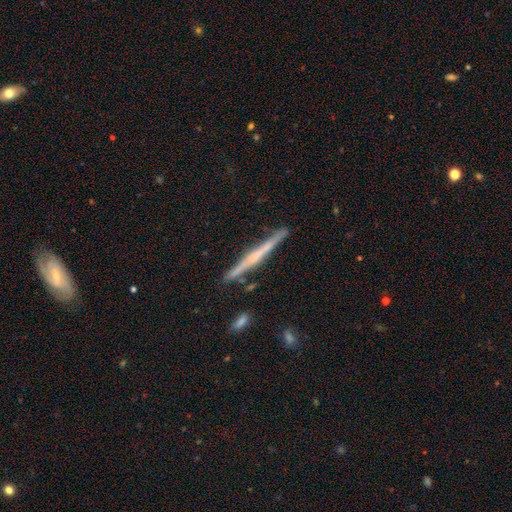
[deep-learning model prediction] smooth_or_featured: featured or disk (p=0.67) [alt: smooth p=0.27]
disk_edge_on: yes (p=0.98) [alt: no p=0.02]
edge_on_bulge: none (p=0.52) [alt: rounded p=0.34]
merging: none (p=0.87) [alt: minor disturbance p=0.09]